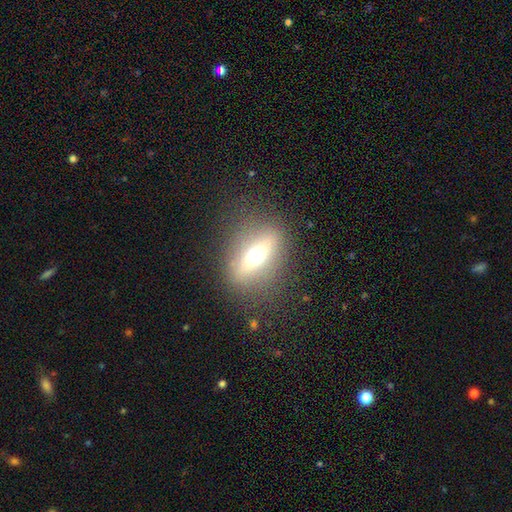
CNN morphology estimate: type=featured or disk (48%); merging=none (81%).